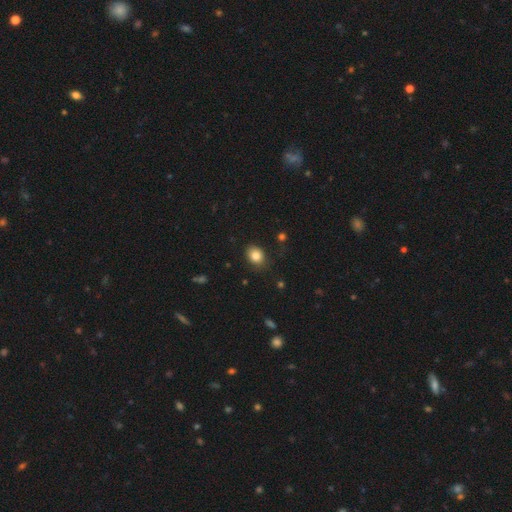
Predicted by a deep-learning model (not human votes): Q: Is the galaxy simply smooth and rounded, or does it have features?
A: smooth — 84%.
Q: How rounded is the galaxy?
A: round — 53%.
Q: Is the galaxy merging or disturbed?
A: none — 81%.